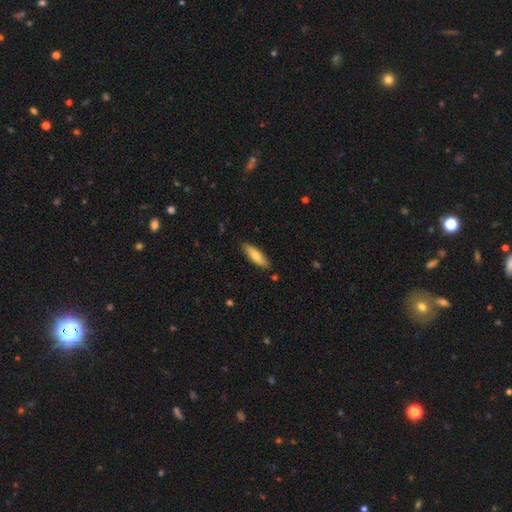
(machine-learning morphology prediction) Overall: smooth (73%). How rounded: cigar-shaped (58%; in between 40%). Merging: none (87%).